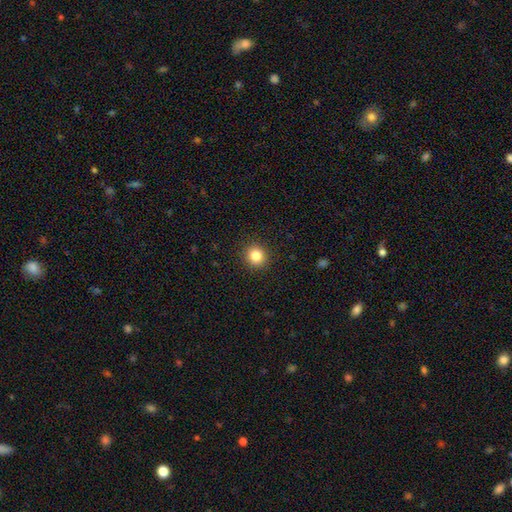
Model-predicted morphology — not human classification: The model was most divided on "smooth or featured": smooth: 84%, star or artifact: 11%, featured or disk: 5%. More confident: merging — none (91%); how rounded — round (91%).